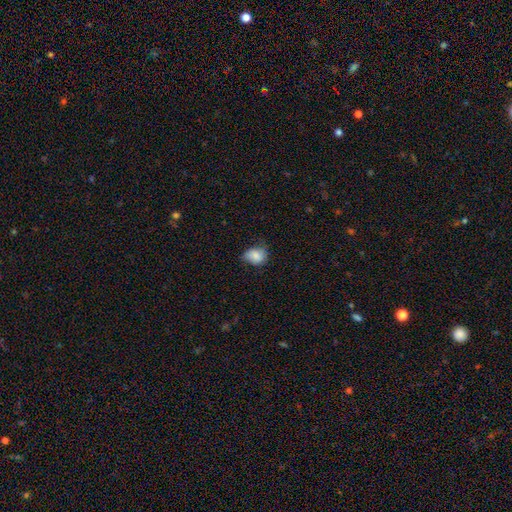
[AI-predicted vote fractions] Overall: smooth (79%). How rounded: in between (59%; round 40%). Merging: none (47%; minor disturbance 39%).